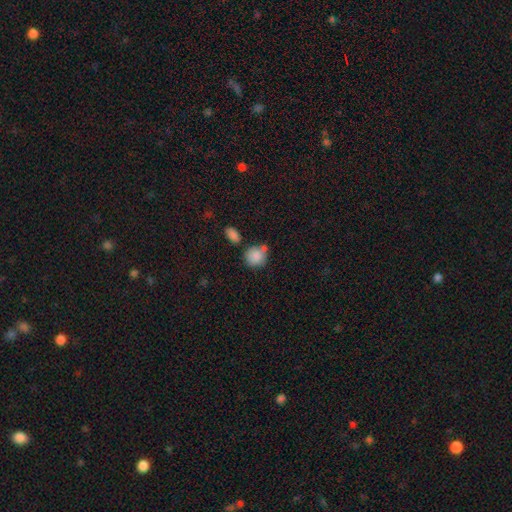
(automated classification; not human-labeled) smooth_or_featured: smooth (p=0.86) [alt: star or artifact p=0.08]
how_rounded: round (p=0.80) [alt: in between p=0.19]
merging: none (p=0.55) [alt: merger p=0.20]